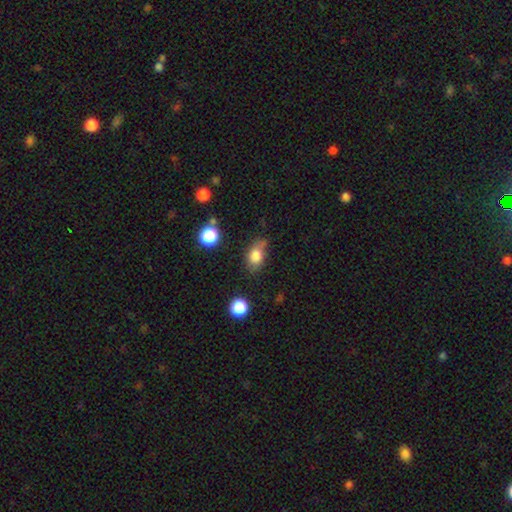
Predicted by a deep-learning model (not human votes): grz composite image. It shows a smooth galaxy with no disk features (80%) that is in between round and cigar-shaped (74%). Merging: none (53%).